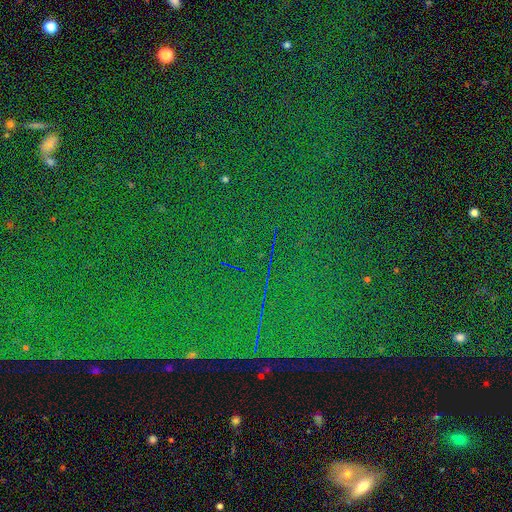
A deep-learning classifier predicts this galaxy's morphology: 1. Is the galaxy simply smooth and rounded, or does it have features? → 84% star or artifact, 8% smooth, 8% featured or disk.